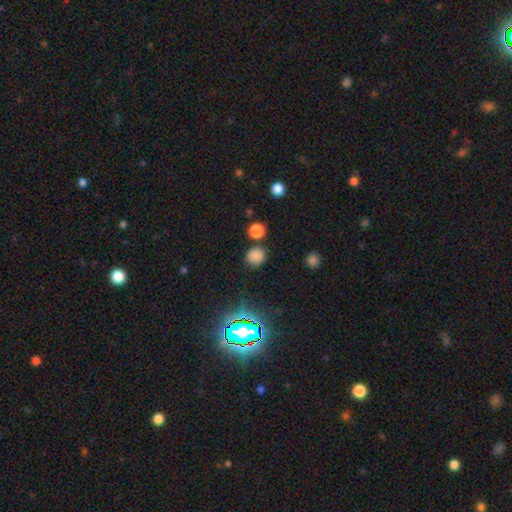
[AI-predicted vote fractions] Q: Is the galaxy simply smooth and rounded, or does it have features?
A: smooth — 76%.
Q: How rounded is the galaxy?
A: round — 86%.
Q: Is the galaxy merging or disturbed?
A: none — 81%.